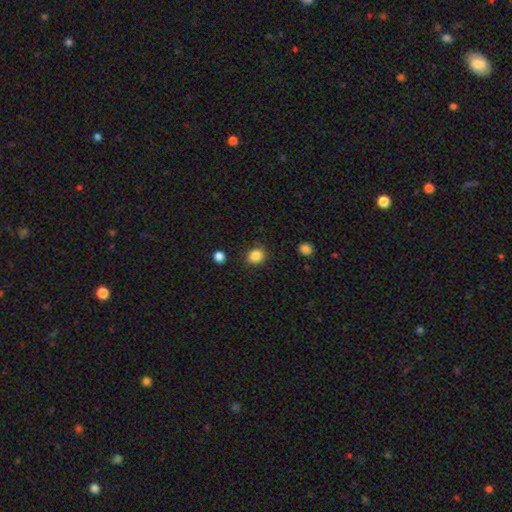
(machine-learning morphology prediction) smooth_or_featured: smooth (p=0.86) [alt: star or artifact p=0.10]
how_rounded: round (p=0.64) [alt: in between p=0.35]
merging: none (p=0.86) [alt: minor disturbance p=0.09]